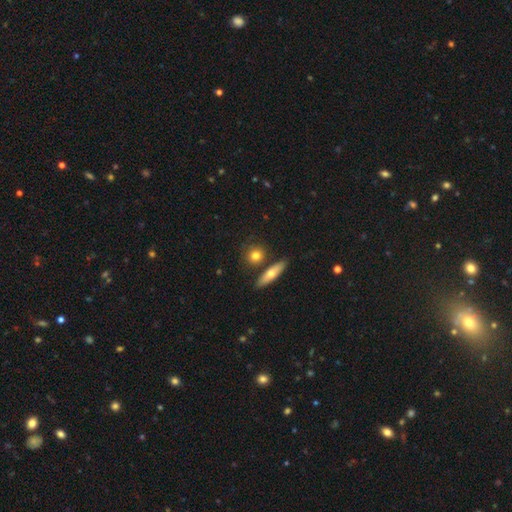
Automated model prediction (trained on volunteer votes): smooth 74%, featured or disk 19%, star or artifact 7%. Down the decision tree: how rounded — round (67%); merging — none (73%).